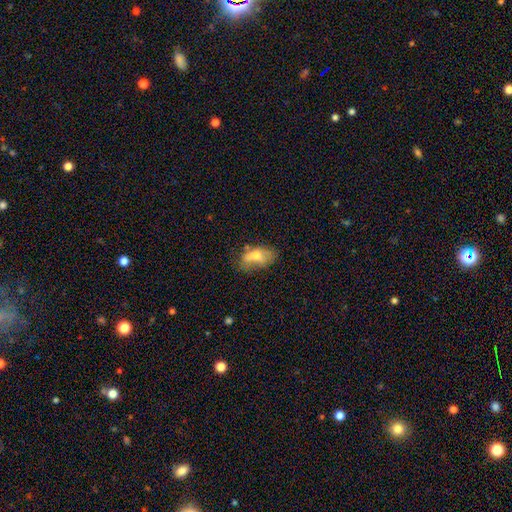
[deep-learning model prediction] Smooth or featured: smooth — 62% (featured or disk — 29%)
How rounded: in between — 89% (round — 8%)
Merging: none — 40% (minor disturbance — 33%)